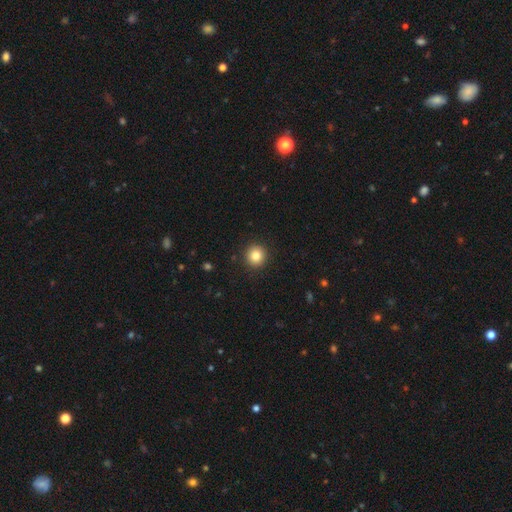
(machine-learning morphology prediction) smooth_or_featured: smooth (p=0.84) [alt: star or artifact p=0.10]
how_rounded: round (p=0.94) [alt: in between p=0.05]
merging: none (p=0.92) [alt: minor disturbance p=0.05]